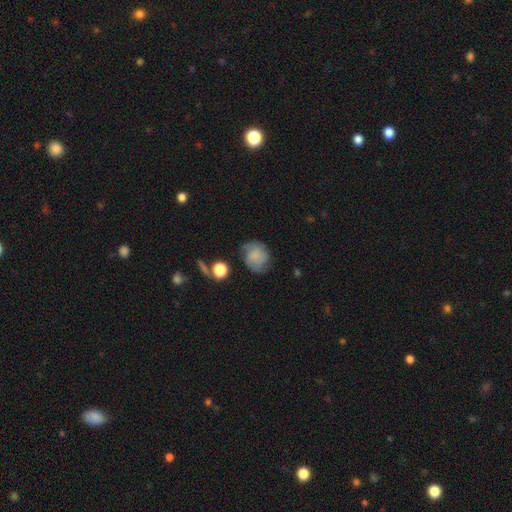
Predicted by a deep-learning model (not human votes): The model was most divided on "smooth or featured": smooth: 47%, featured or disk: 43%, star or artifact: 10%. More confident: merging — none (59%).